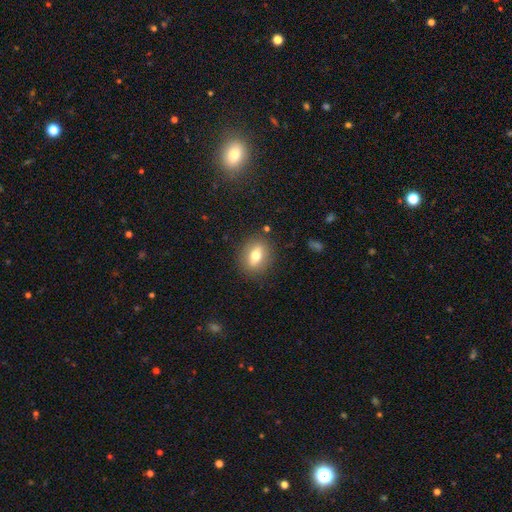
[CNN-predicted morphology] Smooth or featured?
  - smooth: 66% *
  - featured or disk: 25%
  - star or artifact: 9%
How rounded?
  - in between: 57% *
  - round: 39%
  - cigar-shaped: 4%
Merging?
  - none: 86% *
  - minor disturbance: 9%
  - major disturbance: 3%
  - merger: 1%